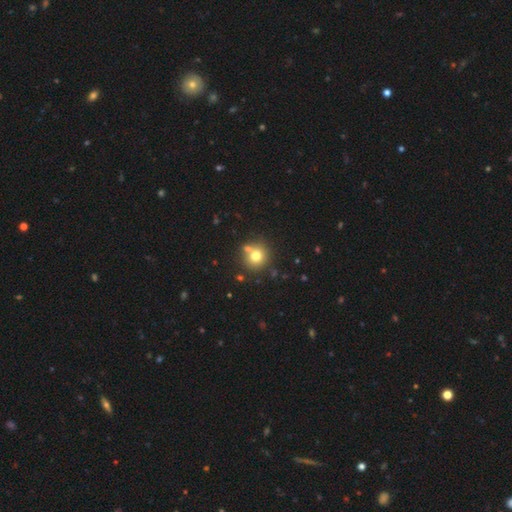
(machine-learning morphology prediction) Smooth or featured? smooth (75%)
How rounded? round (91%)
Merging? none (71%)